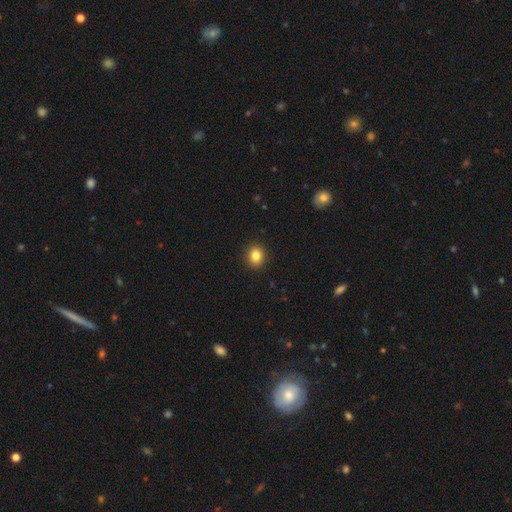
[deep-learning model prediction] The model was most divided on "how rounded": round: 69%, in between: 30%, cigar-shaped: 1%. More confident: merging — none (92%); smooth or featured — smooth (84%).